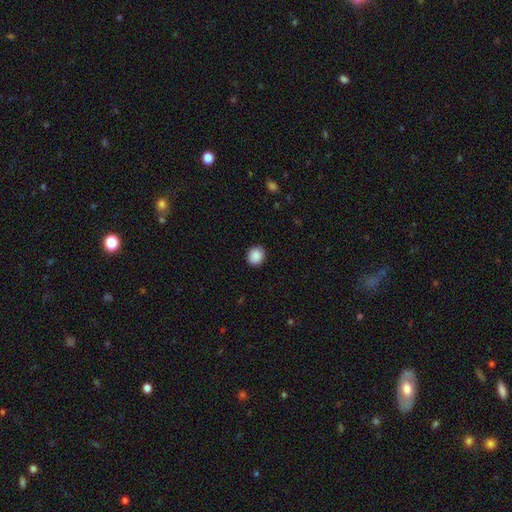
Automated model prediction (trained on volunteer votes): Smooth or featured? smooth (89%)
How rounded? round (70%)
Merging? none (89%)